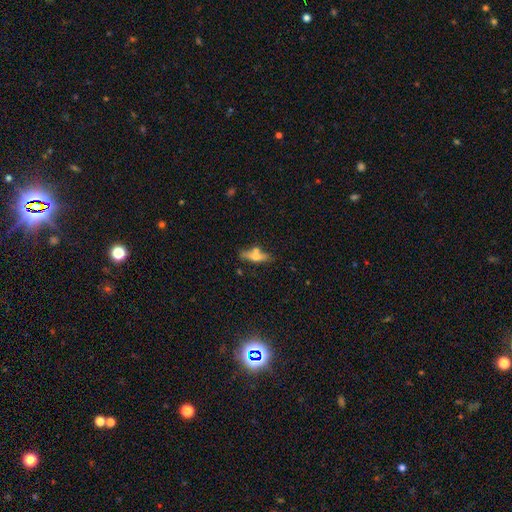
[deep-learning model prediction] Smooth or featured? smooth (49%)
Merging? none (61%)